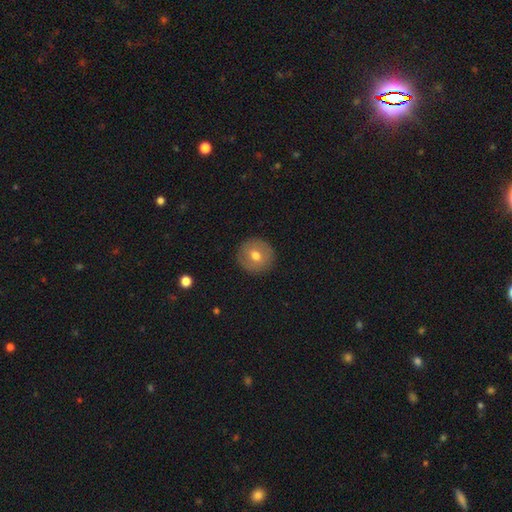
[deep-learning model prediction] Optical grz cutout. It shows a smooth galaxy with no disk features (64%) that is round (92%). Merging: none (90%).